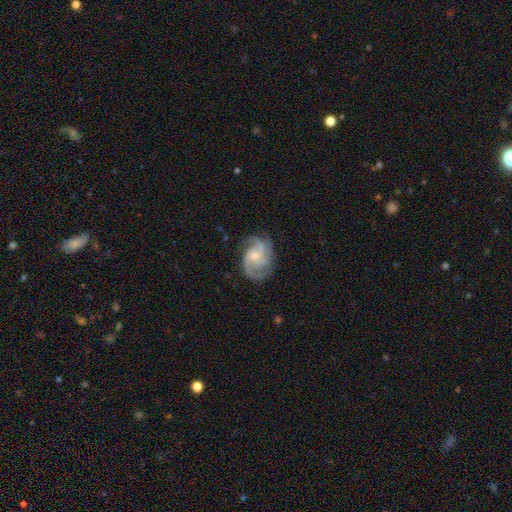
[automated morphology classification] smooth_or_featured: featured or disk (p=0.89) [alt: smooth p=0.06]
disk_edge_on: no (p=0.98) [alt: yes p=0.02]
bar: no (p=0.67) [alt: weak p=0.28]
has_spiral_arms: yes (p=0.98) [alt: no p=0.02]
spiral_winding: medium (p=0.52) [alt: tight p=0.36]
spiral_arm_count: 3 (p=0.56) [alt: 2 p=0.20]
bulge_size: small (p=0.64) [alt: moderate p=0.31]
merging: none (p=0.75) [alt: minor disturbance p=0.17]